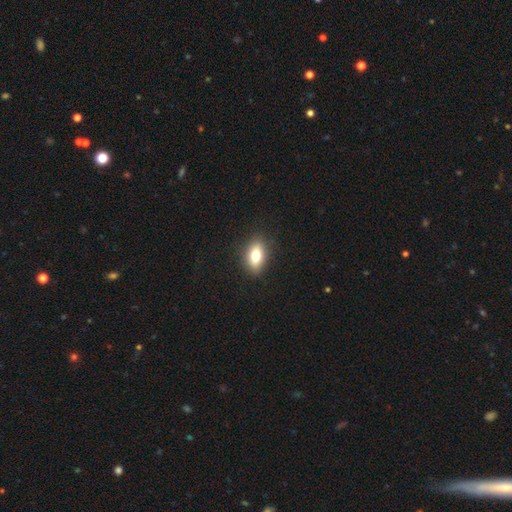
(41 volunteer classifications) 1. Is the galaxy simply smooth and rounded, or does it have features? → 71% smooth, 24% featured or disk, 5% star or artifact.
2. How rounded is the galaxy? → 83% in between, 10% cigar-shaped, 7% round.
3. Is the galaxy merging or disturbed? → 97% none, 3% minor disturbance, 0% major disturbance, 0% merger.